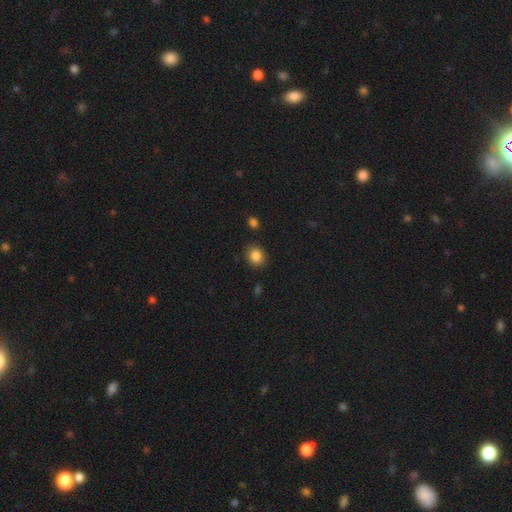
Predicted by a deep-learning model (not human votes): smooth-or-featured: smooth: 85% | star or artifact: 10% | featured or disk: 5%
  how-rounded: round: 72% | in between: 27% | cigar-shaped: 1%
  merging: none: 86% | minor disturbance: 9% | major disturbance: 2% | merger: 2%